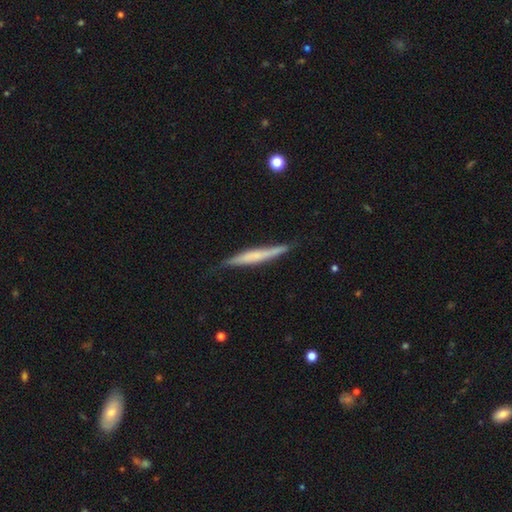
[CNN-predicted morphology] This appears to be a smooth galaxy with no disk features (48%). Merging: none (76%).